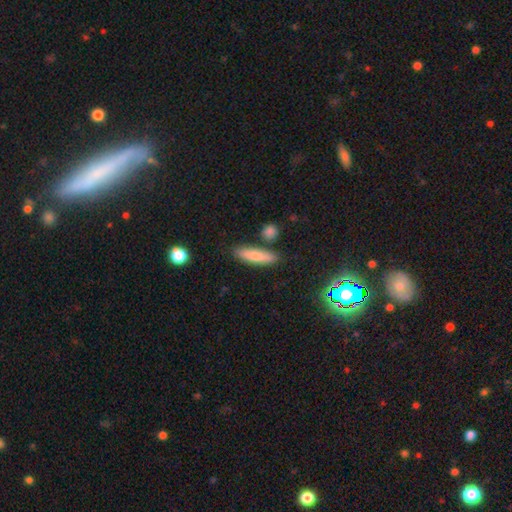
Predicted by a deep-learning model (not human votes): Smooth or featured?
  - smooth: 74% *
  - featured or disk: 19%
  - star or artifact: 7%
How rounded?
  - cigar-shaped: 72% *
  - in between: 25%
  - round: 3%
Merging?
  - none: 81% *
  - minor disturbance: 10%
  - merger: 6%
  - major disturbance: 2%